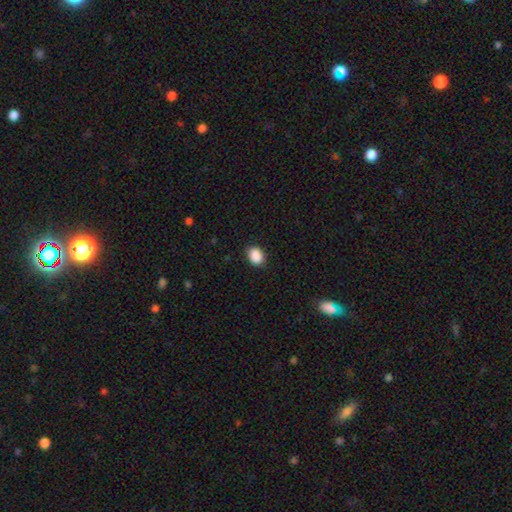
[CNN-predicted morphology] This appears to be a smooth galaxy with no disk features (90%) that is in between round and cigar-shaped (66%). Merging: none (87%).